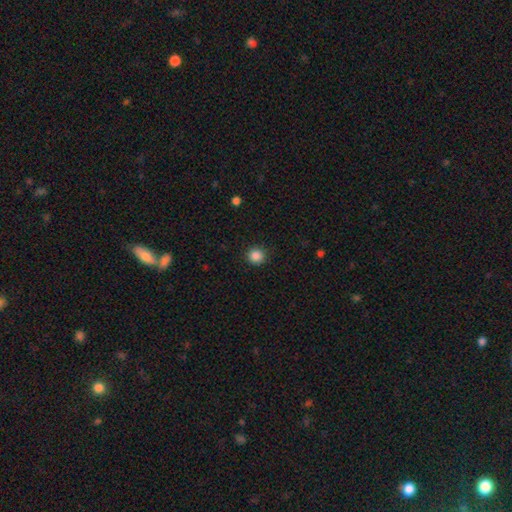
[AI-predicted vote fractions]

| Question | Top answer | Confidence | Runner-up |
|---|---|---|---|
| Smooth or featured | smooth | 87% | star or artifact (11%) |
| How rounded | round | 92% | in between (7%) |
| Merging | none | 90% | minor disturbance (7%) |